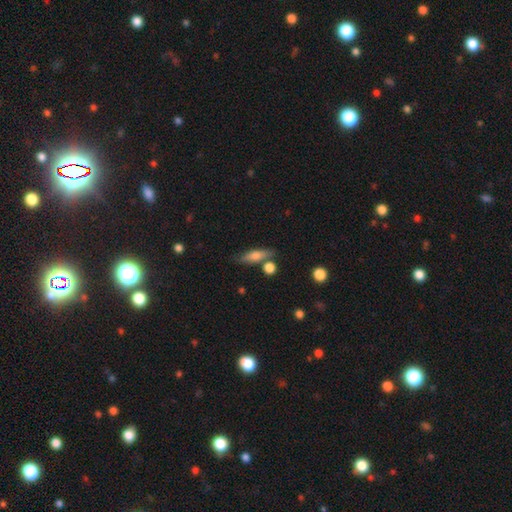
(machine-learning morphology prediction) A smooth galaxy with no disk features (63%) that is cigar-shaped (54%). Merging: none (71%).